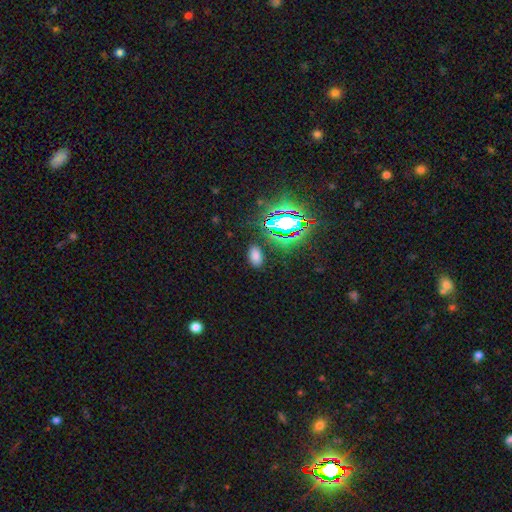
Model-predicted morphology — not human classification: type=smooth (67%); roundness=in between (91%); merging=none (86%).